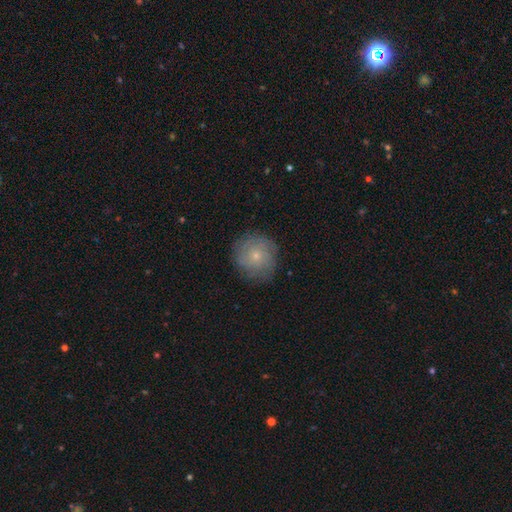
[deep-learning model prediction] smooth 54%, featured or disk 37%, star or artifact 9%. Down the decision tree: how rounded — round (90%); merging — none (81%).